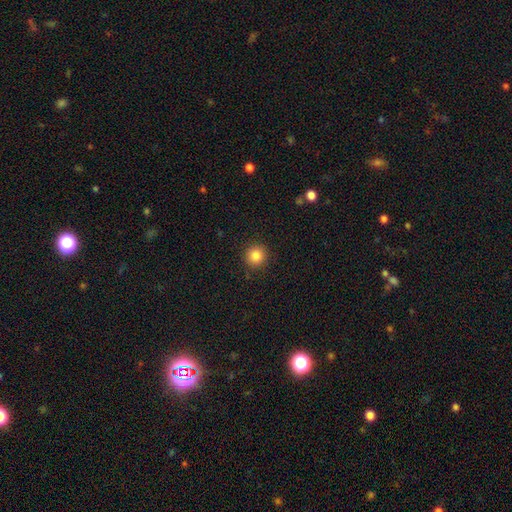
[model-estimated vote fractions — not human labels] Smooth or featured? smooth (84%)
How rounded? round (94%)
Merging? none (91%)